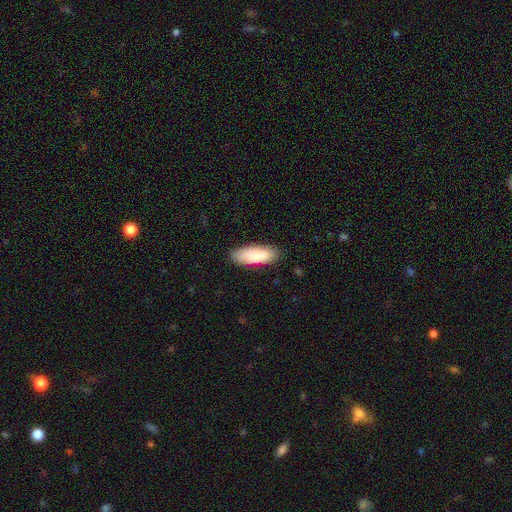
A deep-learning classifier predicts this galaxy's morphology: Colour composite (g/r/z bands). It shows a smooth galaxy with no disk features (85%) that is in between round and cigar-shaped (72%). Merging: none (85%).